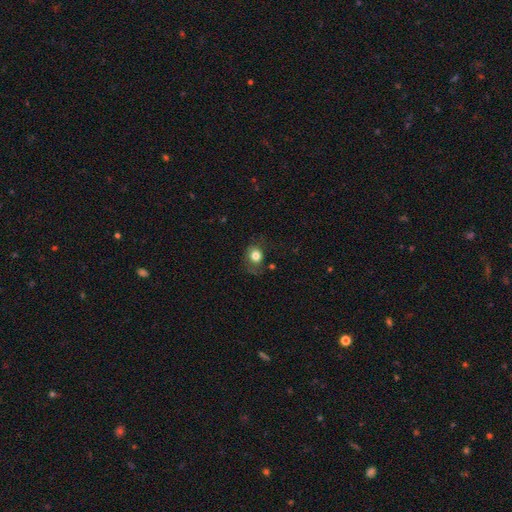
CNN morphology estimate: smooth 78%, featured or disk 11%, star or artifact 10%. Down the decision tree: how rounded — round (63%); merging — none (62%).